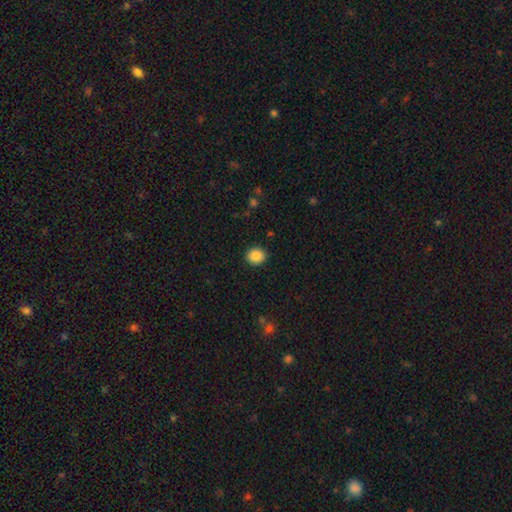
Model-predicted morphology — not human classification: Overall: smooth (87%). How rounded: round (81%). Merging: none (91%).